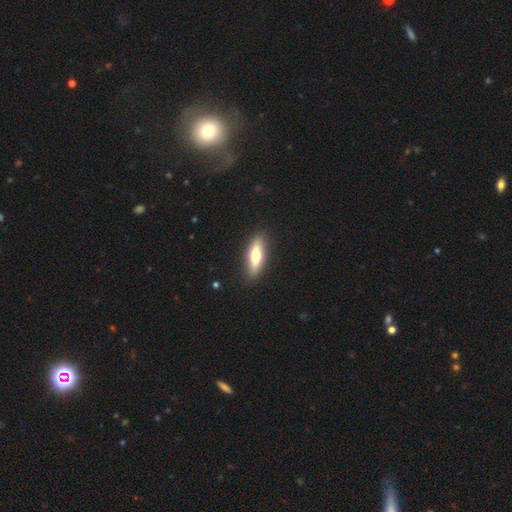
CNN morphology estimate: type=smooth (61%); roundness=in between (49%, tied with cigar-shaped); merging=none (88%).